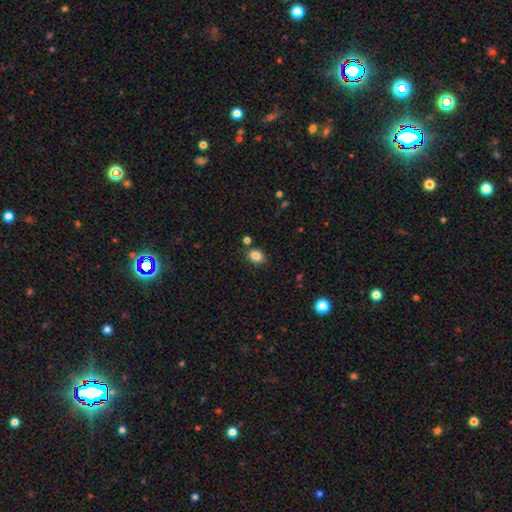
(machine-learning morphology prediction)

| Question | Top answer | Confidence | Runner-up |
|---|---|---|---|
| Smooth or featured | smooth | 84% | star or artifact (10%) |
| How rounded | in between | 66% | round (33%) |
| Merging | none | 79% | minor disturbance (11%) |